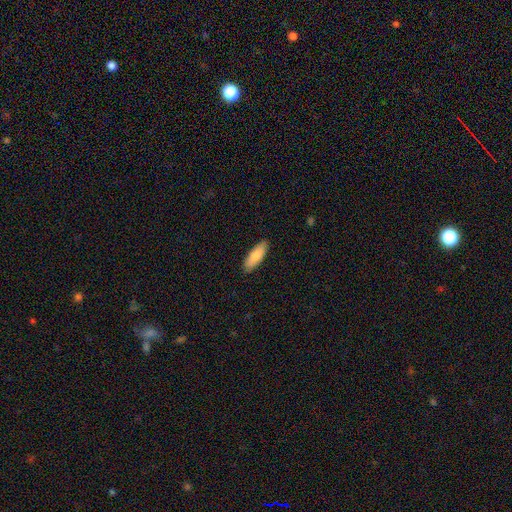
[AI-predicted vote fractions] This appears to be a smooth galaxy with no disk features (82%) that is in between round and cigar-shaped (63%). Merging: none (88%).